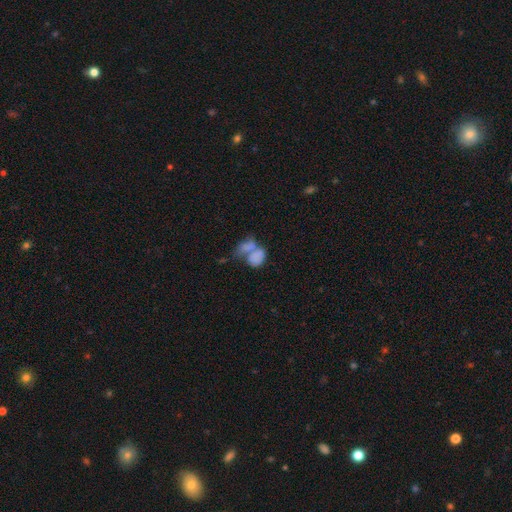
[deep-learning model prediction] Q: Smooth or featured?
A: smooth (71%); runner-up: featured or disk (19%)
Q: How rounded?
A: in between (70%); runner-up: round (28%)
Q: Merging?
A: merger (65%); runner-up: none (16%)